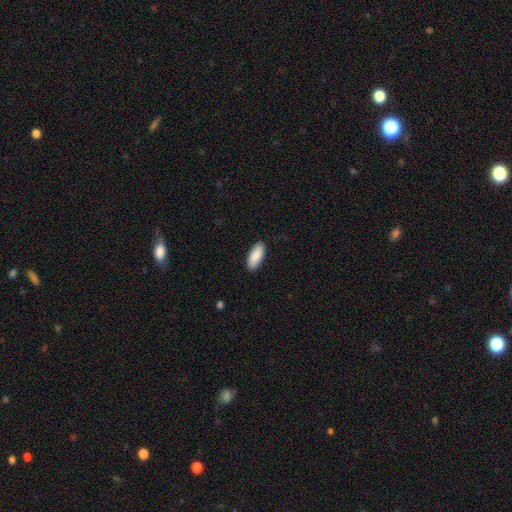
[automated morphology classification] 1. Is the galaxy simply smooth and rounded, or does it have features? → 89% smooth, 5% featured or disk, 5% star or artifact.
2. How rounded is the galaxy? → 83% in between, 15% cigar-shaped, 2% round.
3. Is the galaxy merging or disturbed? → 90% none, 8% minor disturbance, 2% major disturbance, 1% merger.